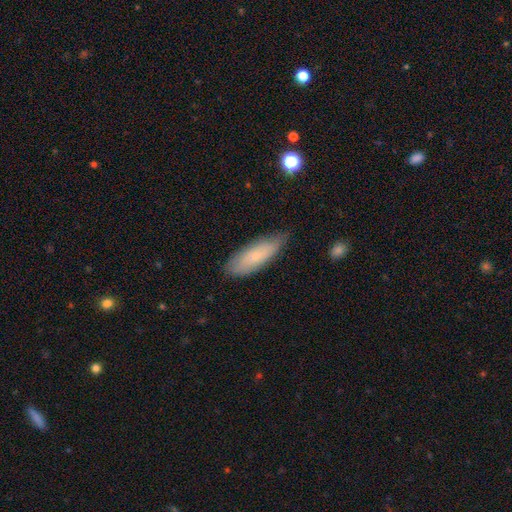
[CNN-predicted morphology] The model was most divided on "how rounded": in between: 60%, cigar-shaped: 38%, round: 2%. More confident: merging — none (72%); smooth or featured — smooth (67%).